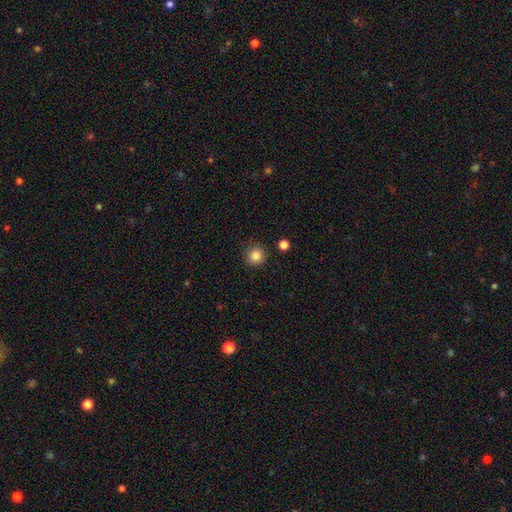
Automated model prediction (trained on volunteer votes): This appears to be a smooth galaxy with no disk features (85%) that is round (93%). Merging: none (88%).